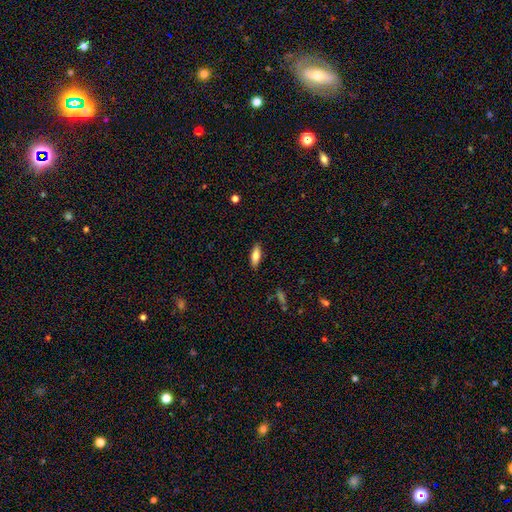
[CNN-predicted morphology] A smooth galaxy with no disk features (76%) that is in between round and cigar-shaped (65%).

Vote fractions:
- Smooth or featured? smooth: 76% / featured or disk: 17% / star or artifact: 7%
- How rounded? in between: 65% / cigar-shaped: 33% / round: 2%
- Merging? none: 87% / minor disturbance: 9% / major disturbance: 2% / merger: 1%